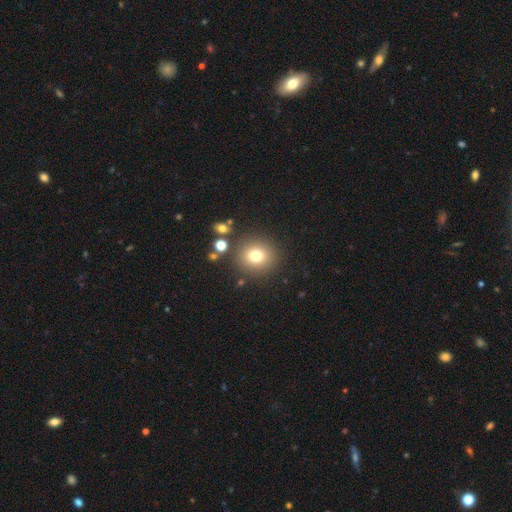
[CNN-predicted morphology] Smooth or featured: smooth — 75% (star or artifact — 14%)
How rounded: round — 87% (in between — 12%)
Merging: none — 85% (minor disturbance — 7%)